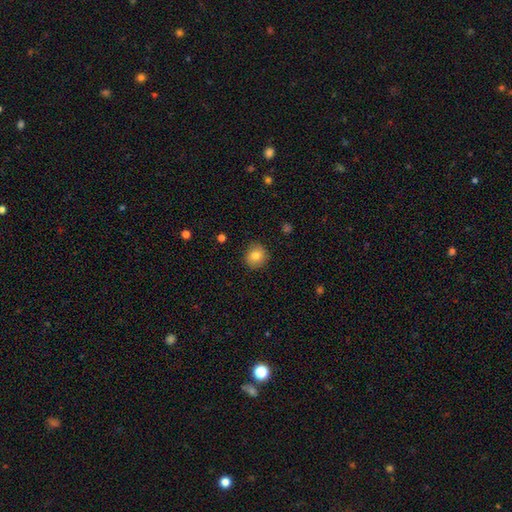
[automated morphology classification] The model was most divided on "how rounded": round: 83%, in between: 16%, cigar-shaped: 1%. More confident: merging — none (88%); smooth or featured — smooth (82%).